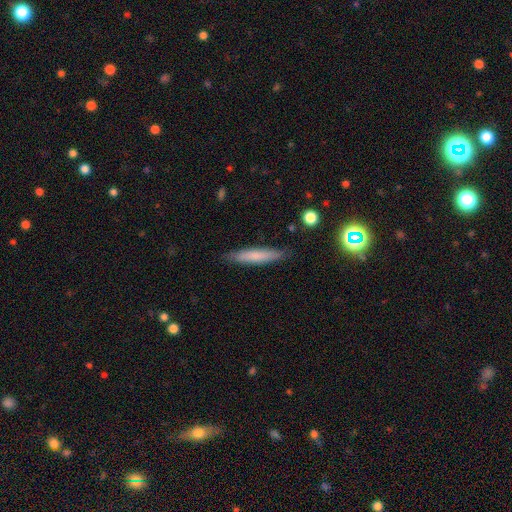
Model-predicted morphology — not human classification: The model was most divided on "smooth or featured": smooth: 70%, featured or disk: 23%, star or artifact: 8%. More confident: how rounded — cigar-shaped (90%); merging — none (87%).